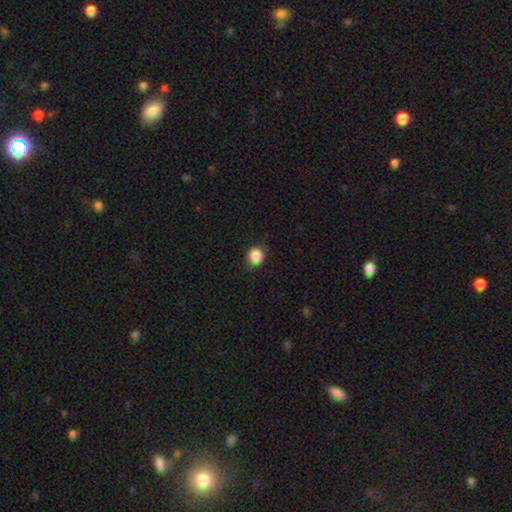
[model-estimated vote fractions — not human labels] A smooth galaxy with no disk features (87%) that is round (83%).

Vote fractions:
- Smooth or featured? smooth: 87% / star or artifact: 10% / featured or disk: 3%
- How rounded? round: 83% / in between: 16% / cigar-shaped: 1%
- Merging? none: 84% / minor disturbance: 12% / major disturbance: 3% / merger: 1%